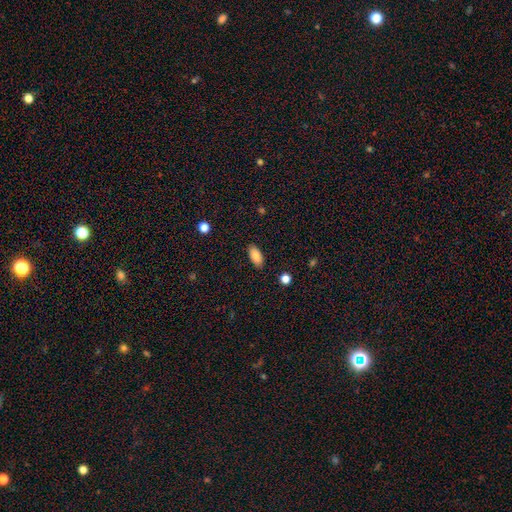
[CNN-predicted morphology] smooth 87%, star or artifact 8%, featured or disk 5%. Down the decision tree: how rounded — in between (91%); merging — none (88%).